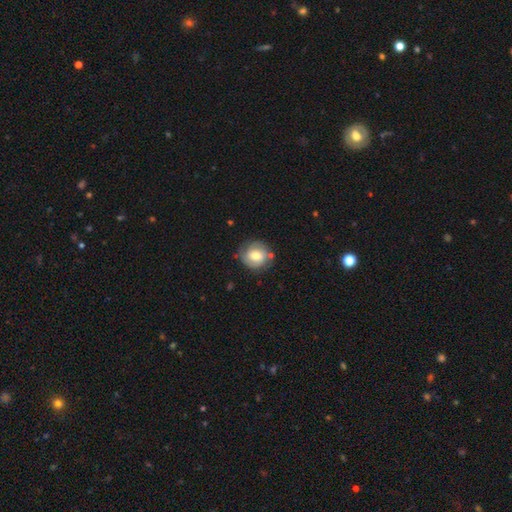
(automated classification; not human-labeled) This appears to be a smooth galaxy with no disk features (49%). Merging: none (75%).